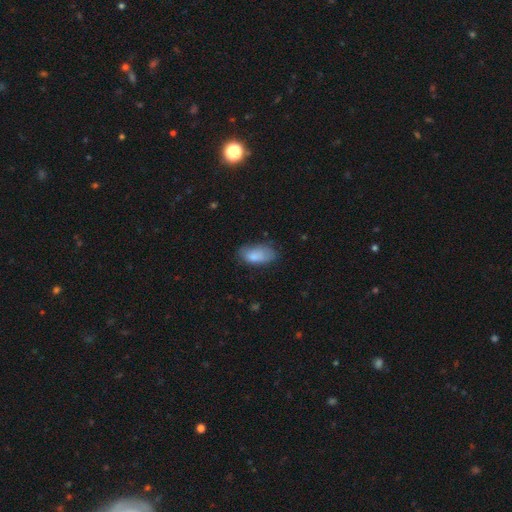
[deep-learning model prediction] Q: Smooth or featured?
A: smooth (82%); runner-up: featured or disk (11%)
Q: How rounded?
A: in between (92%); runner-up: cigar-shaped (5%)
Q: Merging?
A: none (60%); runner-up: minor disturbance (29%)